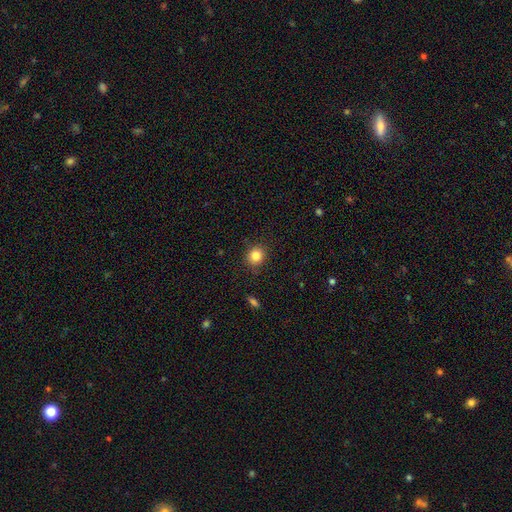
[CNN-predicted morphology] type=smooth (84%); roundness=round (81%); merging=none (87%).